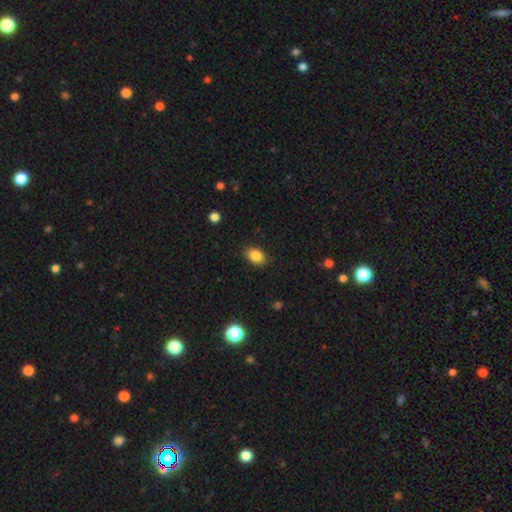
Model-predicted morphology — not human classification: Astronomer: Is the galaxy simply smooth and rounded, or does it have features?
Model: smooth — 85%.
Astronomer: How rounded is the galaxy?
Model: in between — 84%.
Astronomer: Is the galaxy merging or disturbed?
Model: none — 87%.